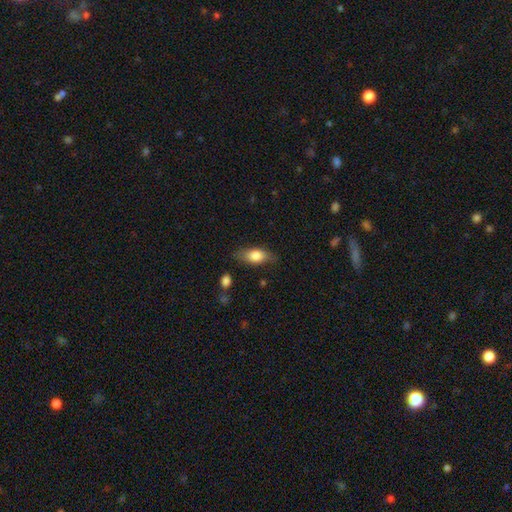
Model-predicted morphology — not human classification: Smooth or featured? smooth (77%)
How rounded? in between (83%)
Merging? none (76%)